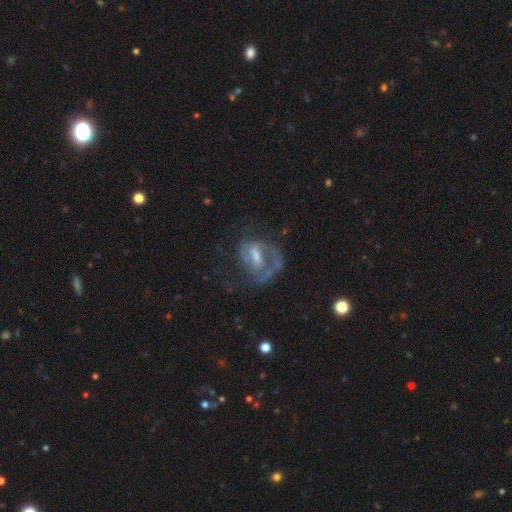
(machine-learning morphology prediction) Q: Smooth or featured?
A: featured or disk (80%); runner-up: smooth (12%)
Q: Edge-on disk?
A: no (97%); runner-up: yes (3%)
Q: Bar?
A: weak (51%); runner-up: strong (29%)
Q: Spiral arms?
A: yes (89%); runner-up: no (11%)
Q: Spiral winding?
A: medium (47%); runner-up: tight (35%)
Q: Spiral arm count?
A: 2 (46%); runner-up: 1 (31%)
Q: Bulge size?
A: moderate (43%); runner-up: small (34%)
Q: Merging?
A: none (52%); runner-up: major disturbance (27%)